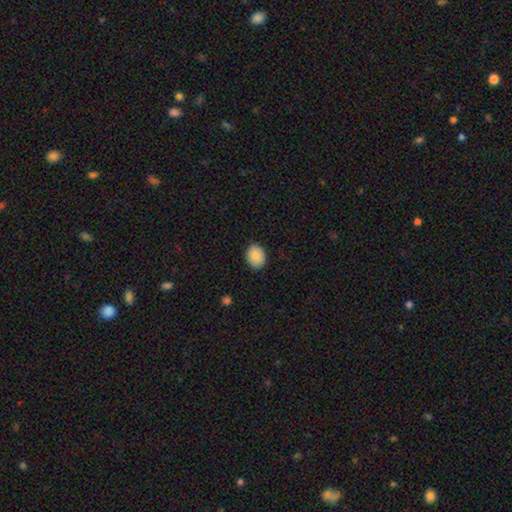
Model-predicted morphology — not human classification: Smooth or featured? Predicted: smooth (p=0.88). How rounded? Predicted: in between (p=0.58). Merging? Predicted: none (p=0.87).